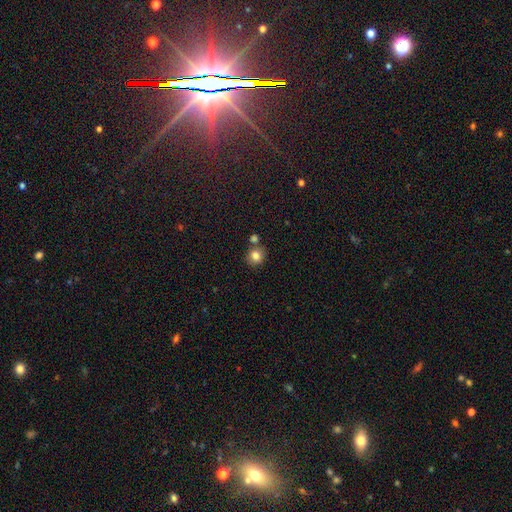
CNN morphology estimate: Smooth or featured?
  - smooth: 82% *
  - star or artifact: 11%
  - featured or disk: 7%
How rounded?
  - round: 84% *
  - in between: 15%
  - cigar-shaped: 1%
Merging?
  - none: 72% *
  - merger: 16%
  - minor disturbance: 10%
  - major disturbance: 3%